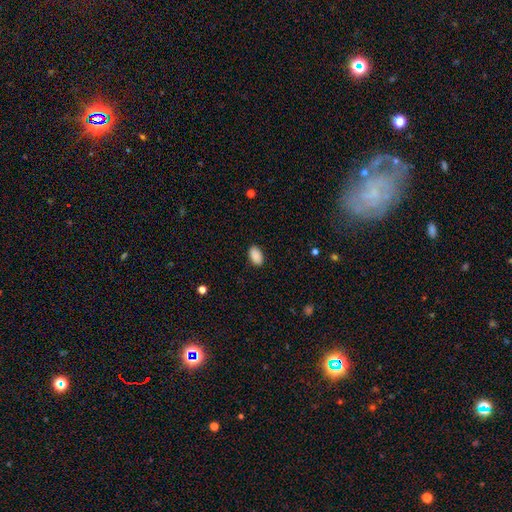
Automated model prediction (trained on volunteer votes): Overall: smooth (90%). How rounded: in between (93%). Merging: none (88%).